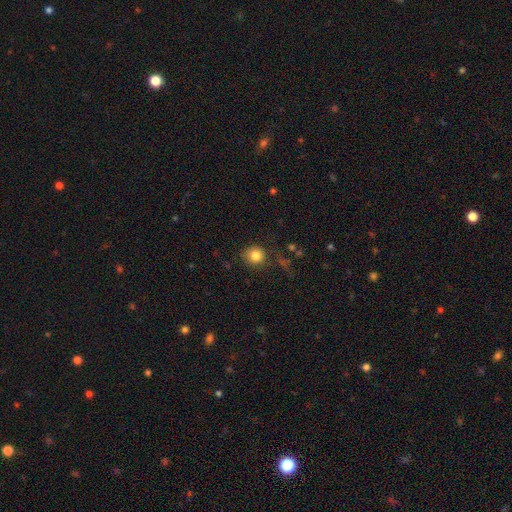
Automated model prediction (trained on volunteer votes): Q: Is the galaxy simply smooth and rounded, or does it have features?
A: smooth — 83%.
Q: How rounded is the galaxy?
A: round — 89%.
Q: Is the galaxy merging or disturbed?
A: none — 77%.